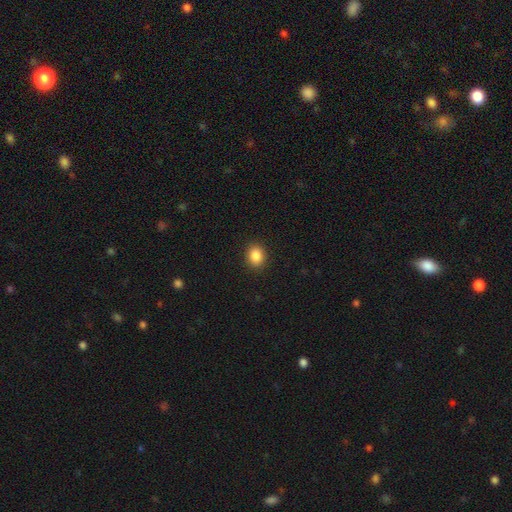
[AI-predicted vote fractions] Smooth or featured? Predicted: smooth (p=0.86). How rounded? Predicted: round (p=0.55). Merging? Predicted: none (p=0.90).